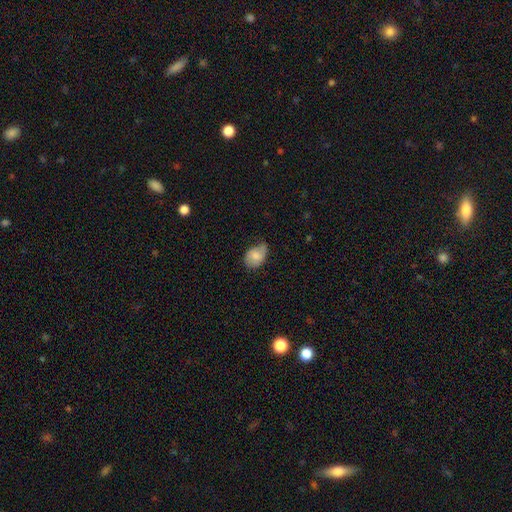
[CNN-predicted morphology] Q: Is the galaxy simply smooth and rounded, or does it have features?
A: smooth — 74%.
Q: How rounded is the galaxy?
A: in between — 81%.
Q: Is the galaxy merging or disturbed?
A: none — 50%.